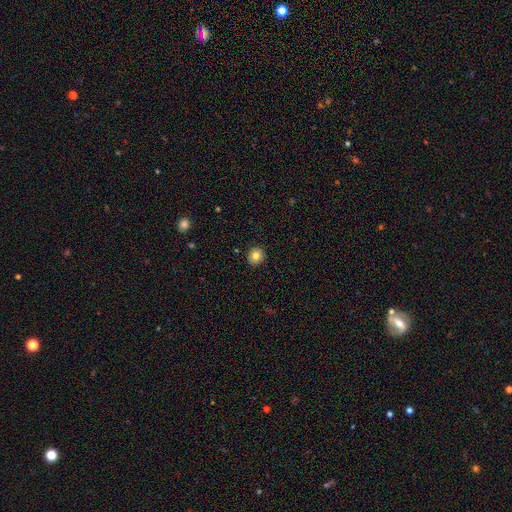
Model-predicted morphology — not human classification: The model was most divided on "smooth or featured": smooth: 82%, star or artifact: 10%, featured or disk: 8%. More confident: merging — none (91%); how rounded — round (88%).